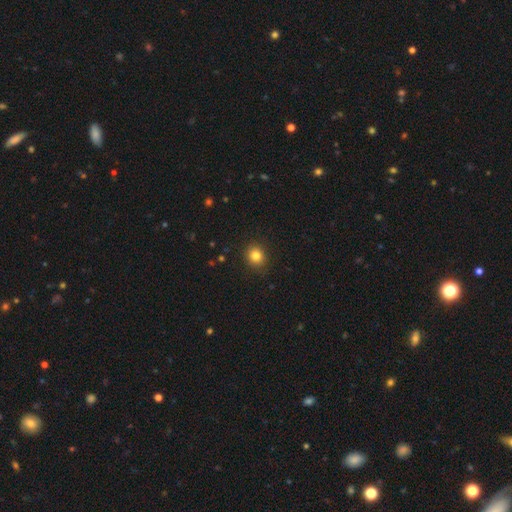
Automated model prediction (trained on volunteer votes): Smooth or featured? smooth (82%)
How rounded? round (79%)
Merging? none (88%)